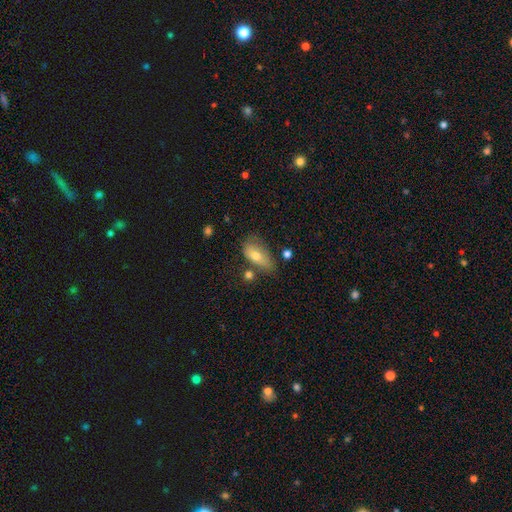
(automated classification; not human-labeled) Smooth or featured? smooth (69%)
How rounded? in between (85%)
Merging? none (46%)